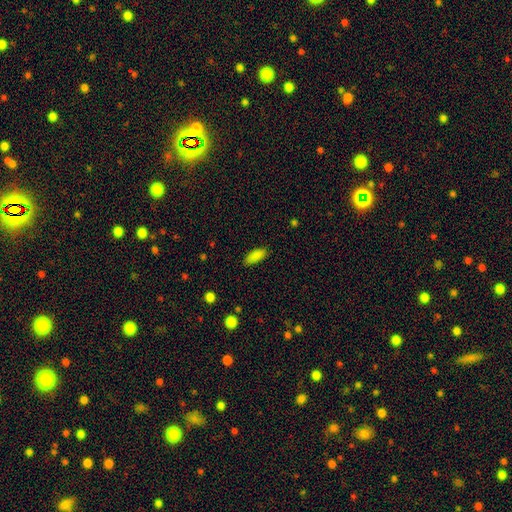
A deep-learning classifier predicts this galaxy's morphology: Smooth or featured?
  - smooth: 87% *
  - star or artifact: 8%
  - featured or disk: 5%
How rounded?
  - in between: 78% *
  - cigar-shaped: 20%
  - round: 2%
Merging?
  - none: 84% *
  - minor disturbance: 12%
  - major disturbance: 3%
  - merger: 1%